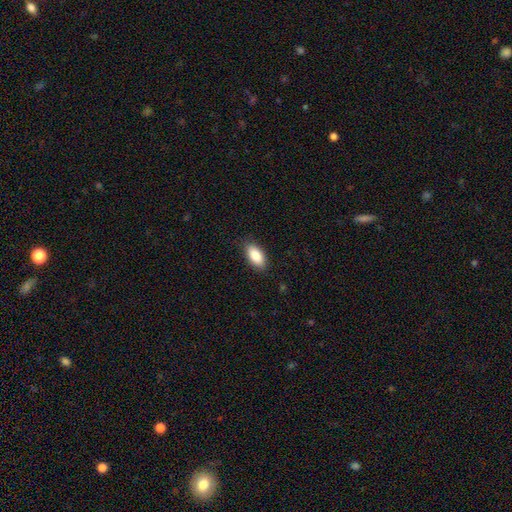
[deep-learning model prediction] Q: Smooth or featured?
A: smooth (87%); runner-up: star or artifact (6%)
Q: How rounded?
A: in between (92%); runner-up: cigar-shaped (5%)
Q: Merging?
A: none (86%); runner-up: minor disturbance (11%)